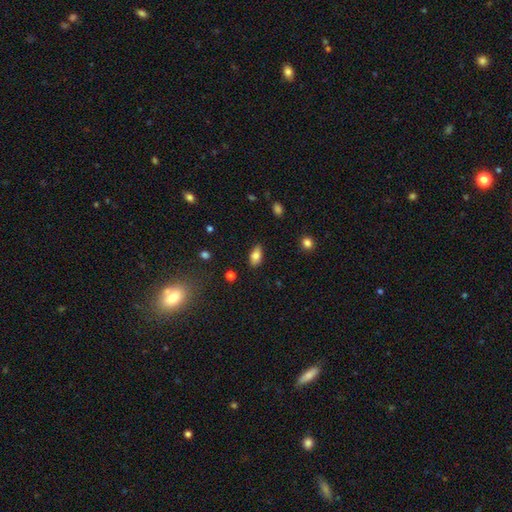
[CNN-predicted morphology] A smooth galaxy with no disk features (79%) that is in between round and cigar-shaped (89%). Merging: none (83%).